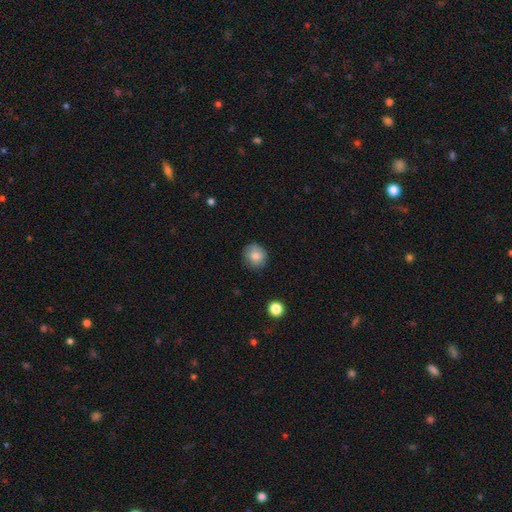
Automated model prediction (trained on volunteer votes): smooth-or-featured: smooth: 81% | featured or disk: 10% | star or artifact: 9%
  how-rounded: round: 84% | in between: 15% | cigar-shaped: 1%
  merging: none: 80% | minor disturbance: 15% | major disturbance: 3% | merger: 1%